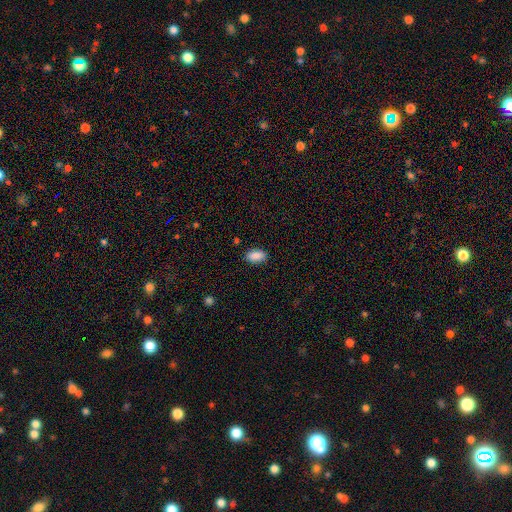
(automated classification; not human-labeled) smooth-or-featured: smooth: 89% | star or artifact: 7% | featured or disk: 4%
  how-rounded: in between: 93% | round: 5% | cigar-shaped: 3%
  merging: none: 86% | minor disturbance: 10% | major disturbance: 2% | merger: 1%